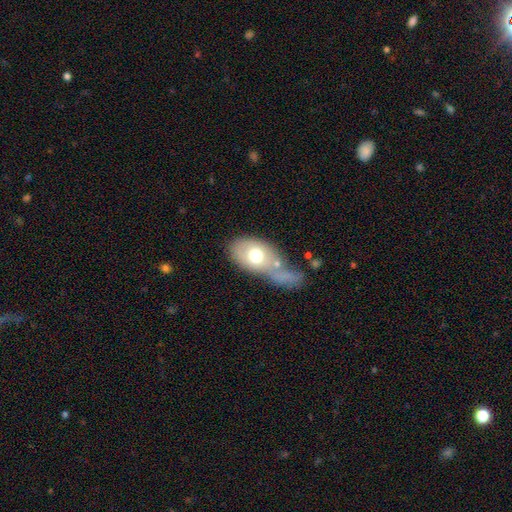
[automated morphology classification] Smooth or featured: smooth — 65% (featured or disk — 28%)
How rounded: in between — 86% (round — 12%)
Merging: merger — 34% (major disturbance — 24%)